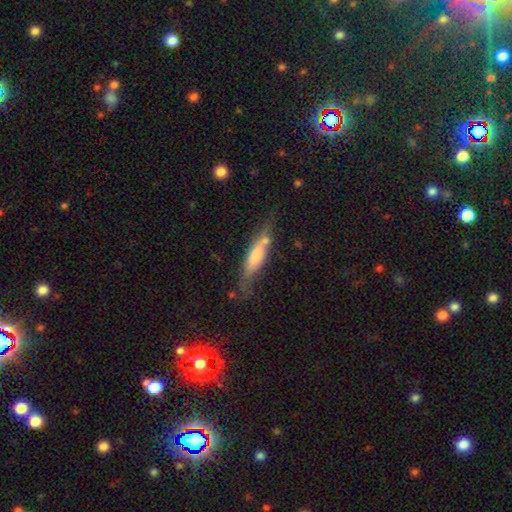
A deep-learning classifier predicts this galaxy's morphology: A smooth galaxy with no disk features (57%) that is cigar-shaped (68%). Merging: none (56%).